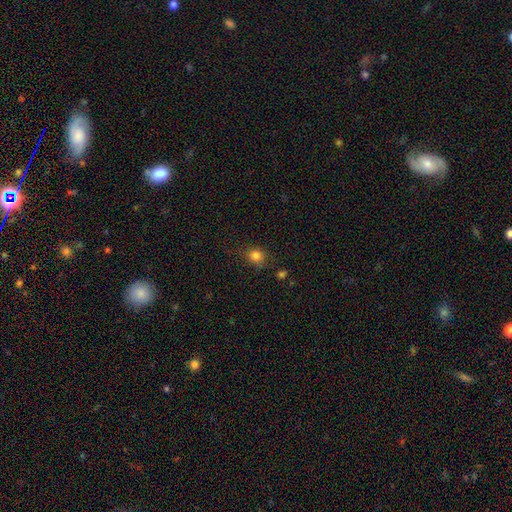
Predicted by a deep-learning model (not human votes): Smooth or featured? Predicted: smooth (p=0.82). How rounded? Predicted: round (p=0.71). Merging? Predicted: none (p=0.73).